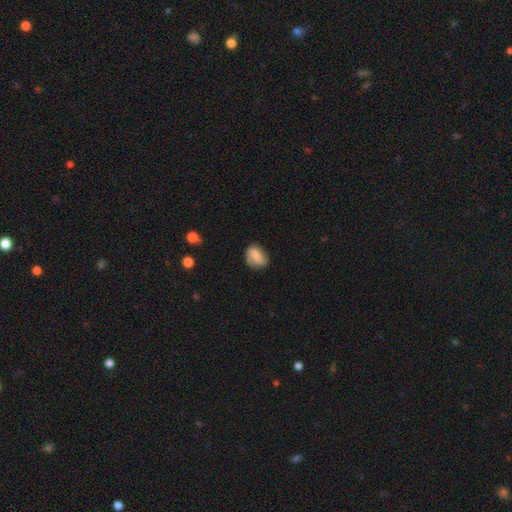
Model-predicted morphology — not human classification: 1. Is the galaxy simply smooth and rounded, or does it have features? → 60% smooth, 32% featured or disk, 8% star or artifact.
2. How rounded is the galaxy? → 58% in between, 40% round, 2% cigar-shaped.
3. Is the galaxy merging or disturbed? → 64% none, 25% minor disturbance, 9% major disturbance, 2% merger.